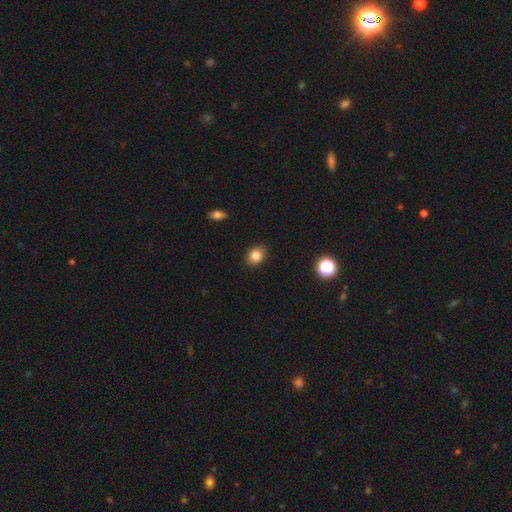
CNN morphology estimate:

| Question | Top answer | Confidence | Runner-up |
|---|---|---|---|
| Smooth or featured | smooth | 83% | star or artifact (11%) |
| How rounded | in between | 54% | round (45%) |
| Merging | none | 87% | minor disturbance (9%) |